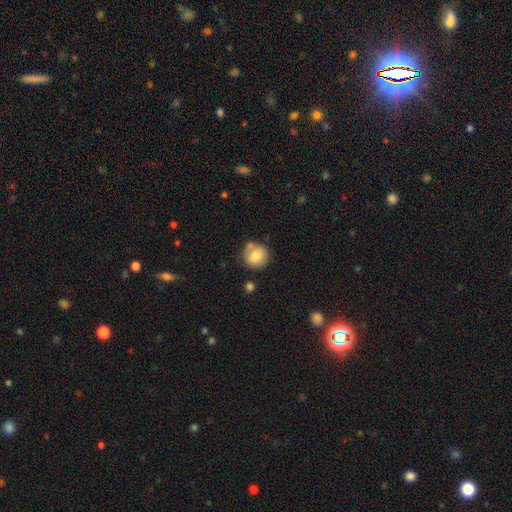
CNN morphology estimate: This is likely a smooth galaxy (80%). How rounded: clearly round (91%). Merging: likely none (68%).